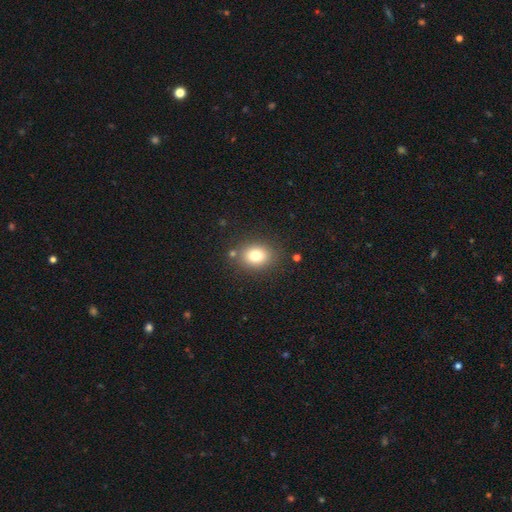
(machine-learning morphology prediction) smooth-or-featured: smooth: 78% | star or artifact: 12% | featured or disk: 10%
  how-rounded: in between: 50% | round: 49% | cigar-shaped: 1%
  merging: none: 82% | minor disturbance: 10% | merger: 5% | major disturbance: 3%